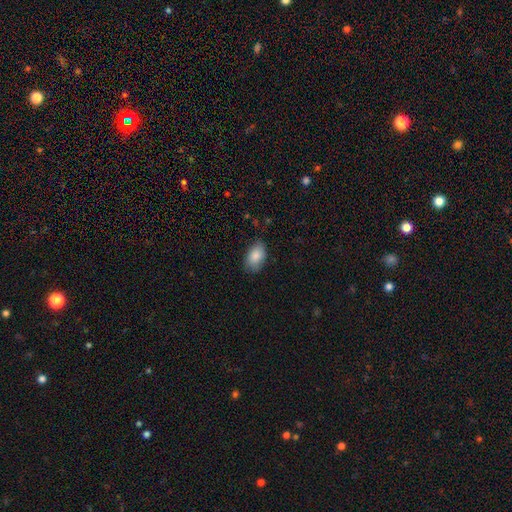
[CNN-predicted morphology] This is clearly a smooth galaxy (86%). How rounded: clearly in between (92%). Merging: likely none (77%).